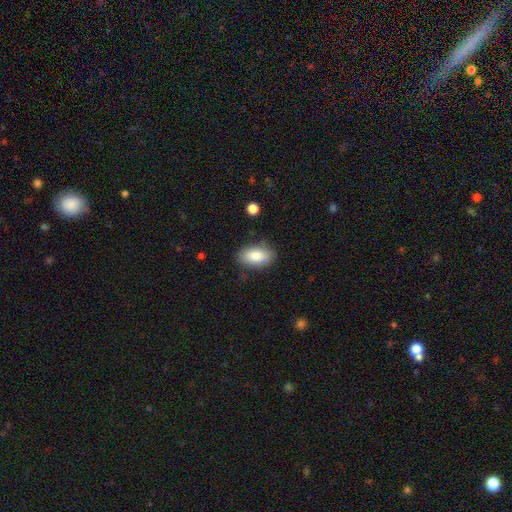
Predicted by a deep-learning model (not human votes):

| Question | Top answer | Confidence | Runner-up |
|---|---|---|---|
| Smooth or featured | smooth | 83% | featured or disk (10%) |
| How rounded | in between | 92% | round (5%) |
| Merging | none | 82% | minor disturbance (13%) |